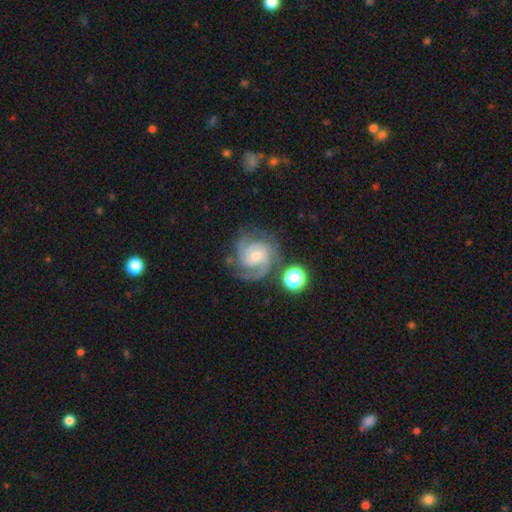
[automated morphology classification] A featured or disk galaxy (89%) with no bar (60%), 3 (47%) tight (58%) spiral arms (98%) and a small central bulge (55%).

Vote fractions:
- Smooth or featured? featured or disk: 89% / star or artifact: 6% / smooth: 6%
- Edge-on disk? no: 98% / yes: 2%
- Bar? no: 60% / weak: 32% / strong: 8%
- Spiral arms? yes: 98% / no: 2%
- Spiral winding? tight: 58% / medium: 37% / loose: 5%
- Spiral arm count? 3: 47% / 2: 28% / can't tell: 10% / 4: 7% / 1: 4% / more than 4: 4%
- Bulge size? small: 55% / moderate: 40% / none: 2% / large: 2% / dominant: 1%
- Merging? none: 72% / minor disturbance: 16% / major disturbance: 7% / merger: 5%